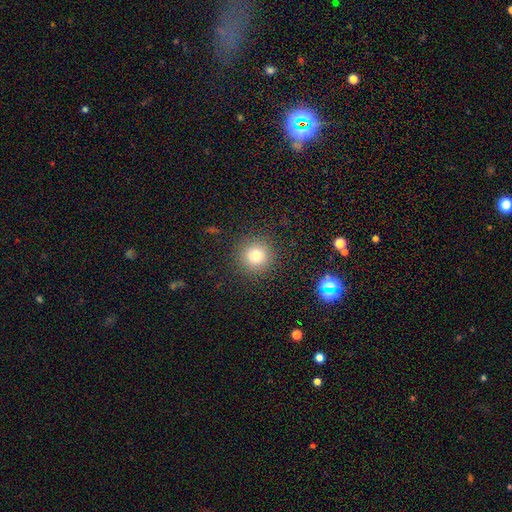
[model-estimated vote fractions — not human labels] smooth_or_featured: smooth (p=0.78) [alt: star or artifact p=0.14]
how_rounded: round (p=0.95) [alt: in between p=0.05]
merging: none (p=0.90) [alt: minor disturbance p=0.06]